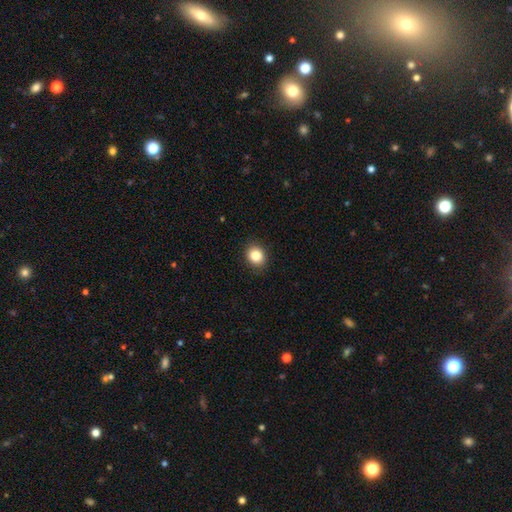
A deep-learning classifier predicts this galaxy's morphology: type=smooth (84%); roundness=round (65%); merging=none (90%).